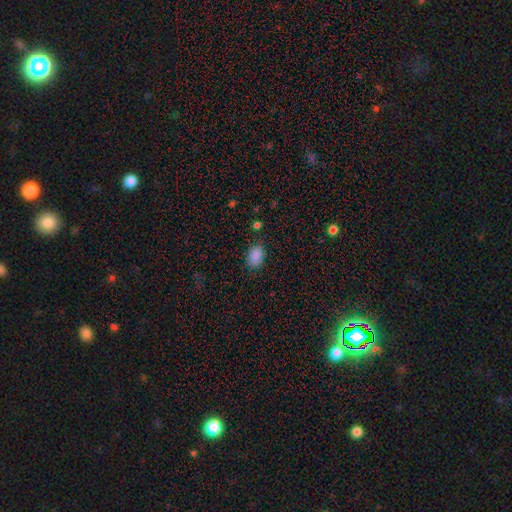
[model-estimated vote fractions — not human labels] A smooth galaxy with no disk features (87%) that is in between round and cigar-shaped (85%).

Vote fractions:
- Smooth or featured? smooth: 87% / star or artifact: 9% / featured or disk: 4%
- How rounded? in between: 85% / round: 13% / cigar-shaped: 1%
- Merging? none: 81% / minor disturbance: 14% / major disturbance: 3% / merger: 2%